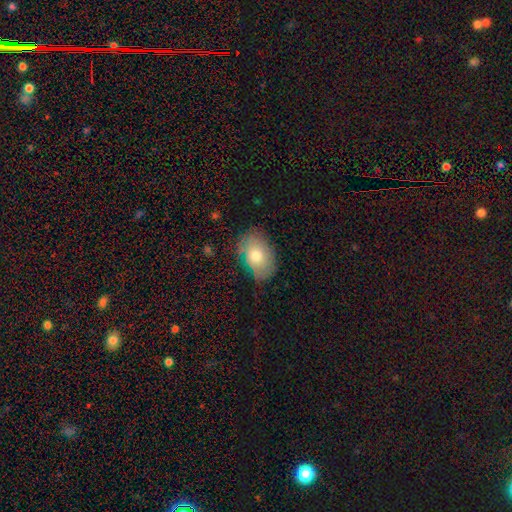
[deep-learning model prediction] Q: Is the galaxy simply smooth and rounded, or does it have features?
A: smooth — 72%.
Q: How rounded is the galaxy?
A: in between — 86%.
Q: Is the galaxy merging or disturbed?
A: none — 73%.